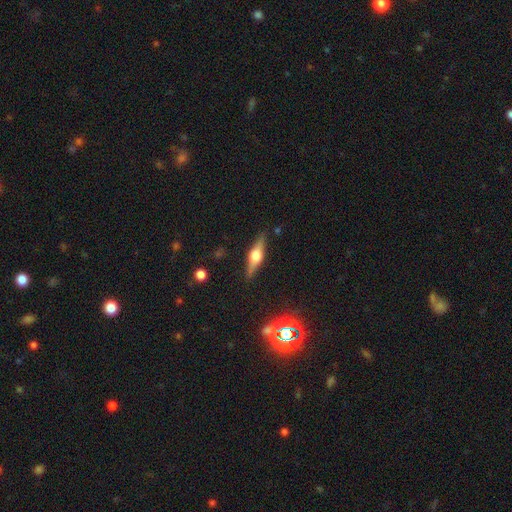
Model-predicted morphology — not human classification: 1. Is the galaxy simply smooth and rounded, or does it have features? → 67% featured or disk, 25% smooth, 8% star or artifact.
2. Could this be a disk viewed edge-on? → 96% yes, 4% no.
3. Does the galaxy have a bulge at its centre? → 90% rounded, 8% boxy, 2% none.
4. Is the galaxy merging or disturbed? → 86% none, 10% minor disturbance, 2% major disturbance, 2% merger.